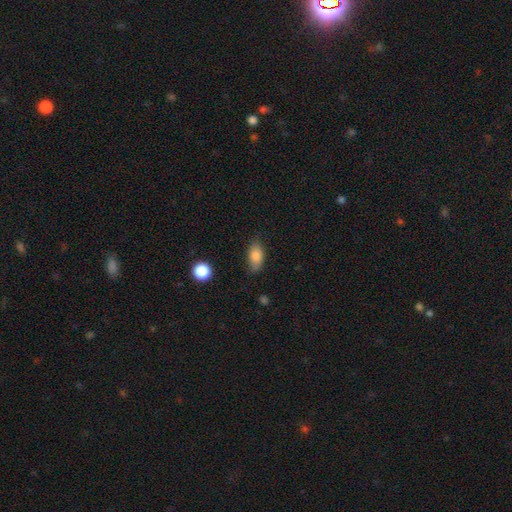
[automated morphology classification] type=smooth (83%); roundness=in between (88%); merging=none (73%).